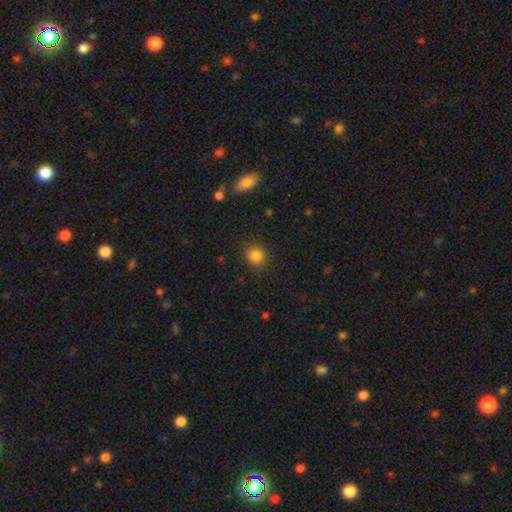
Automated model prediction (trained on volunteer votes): Overall: smooth (84%). How rounded: round (85%). Merging: none (86%).